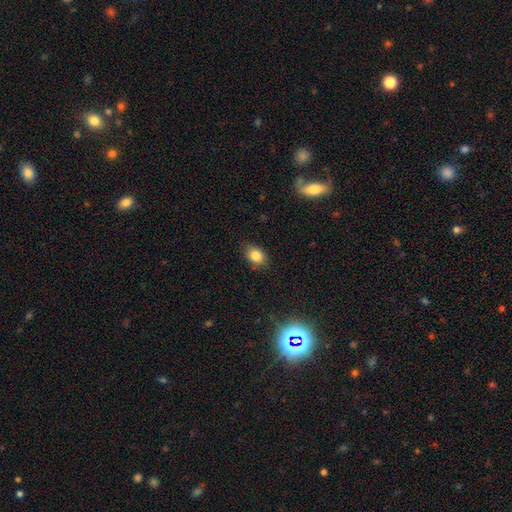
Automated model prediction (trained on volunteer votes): Smooth or featured? Predicted: smooth (p=0.83). How rounded? Predicted: in between (p=0.75). Merging? Predicted: none (p=0.83).